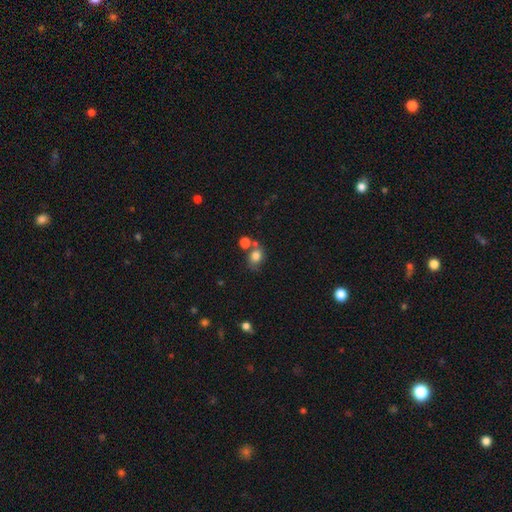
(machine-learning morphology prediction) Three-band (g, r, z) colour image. It shows a smooth galaxy with no disk features (77%) that is round (53%). Merging: none (52%).